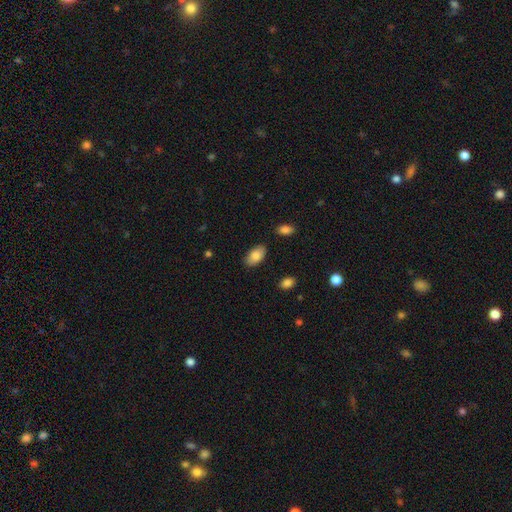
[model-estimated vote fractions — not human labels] A smooth galaxy with no disk features (87%) that is in between round and cigar-shaped (94%).

Vote fractions:
- Smooth or featured? smooth: 87% / featured or disk: 7% / star or artifact: 7%
- How rounded? in between: 94% / round: 4% / cigar-shaped: 2%
- Merging? none: 84% / minor disturbance: 11% / major disturbance: 3% / merger: 2%